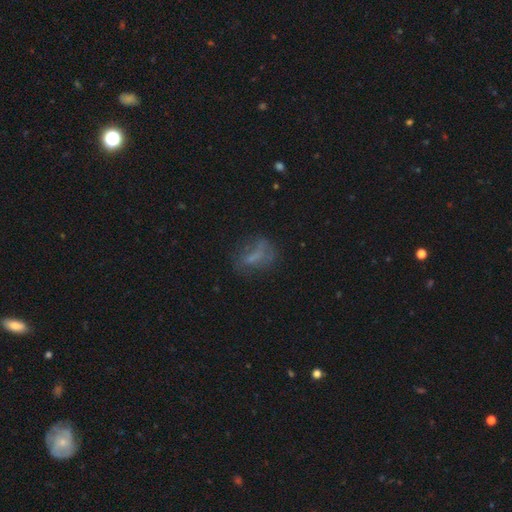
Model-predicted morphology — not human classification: Smooth or featured? smooth (48%)
Merging? none (49%)